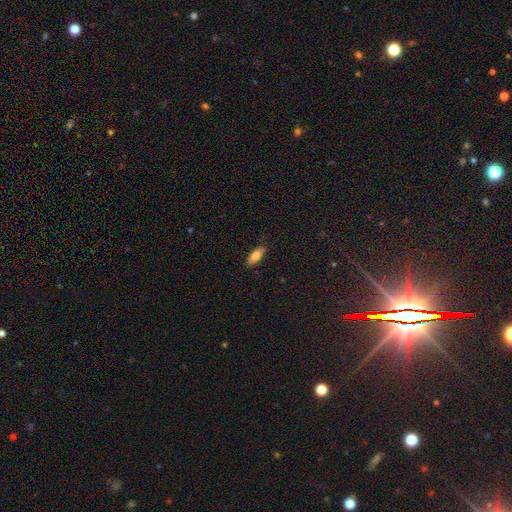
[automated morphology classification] Smooth or featured? Predicted: smooth (p=0.78). How rounded? Predicted: in between (p=0.74). Merging? Predicted: none (p=0.87).